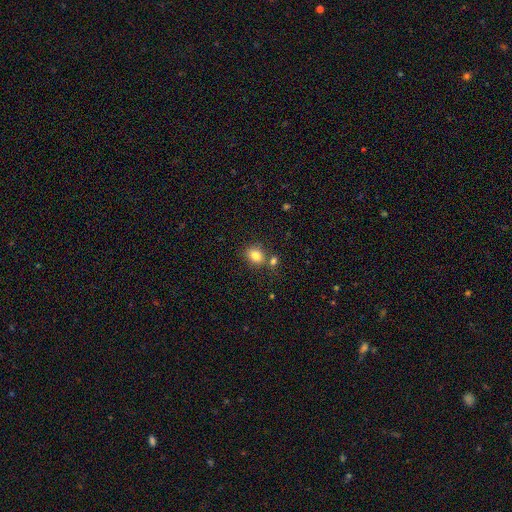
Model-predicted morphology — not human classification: Smooth or featured?
  - smooth: 81% *
  - star or artifact: 11%
  - featured or disk: 8%
How rounded?
  - in between: 51% *
  - round: 48%
  - cigar-shaped: 1%
Merging?
  - none: 66% *
  - merger: 19%
  - minor disturbance: 12%
  - major disturbance: 3%